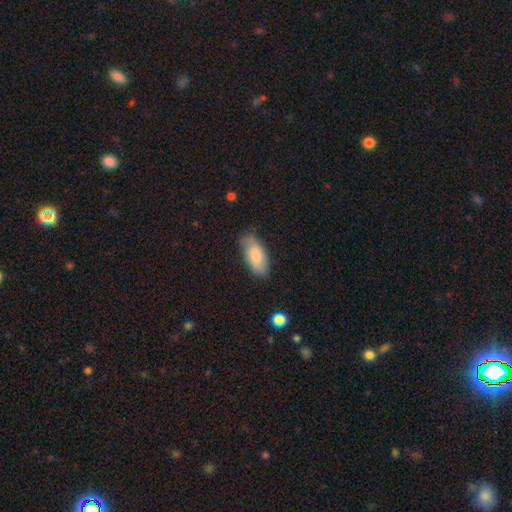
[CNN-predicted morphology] Smooth or featured? Predicted: smooth (p=0.80). How rounded? Predicted: in between (p=0.89). Merging? Predicted: none (p=0.67).